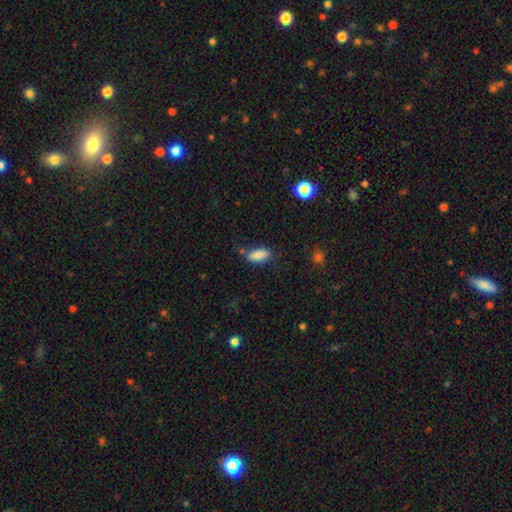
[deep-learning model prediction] Smooth or featured?
  - smooth: 87% *
  - star or artifact: 8%
  - featured or disk: 5%
How rounded?
  - in between: 84% *
  - cigar-shaped: 14%
  - round: 3%
Merging?
  - none: 66% *
  - minor disturbance: 21%
  - merger: 6%
  - major disturbance: 6%